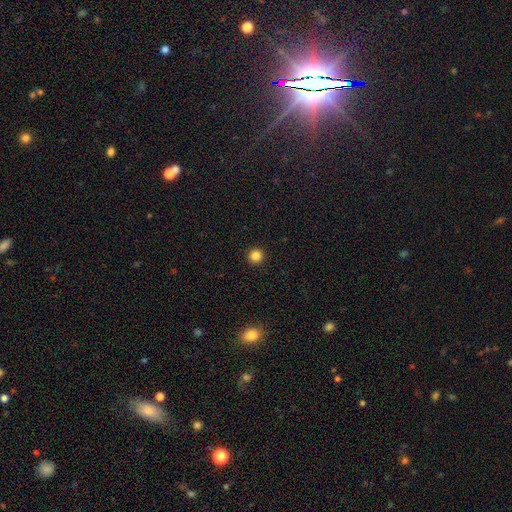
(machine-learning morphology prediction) A smooth galaxy with no disk features (85%) that is round (95%).

Vote fractions:
- Smooth or featured? smooth: 85% / star or artifact: 12% / featured or disk: 4%
- How rounded? round: 95% / in between: 4% / cigar-shaped: 1%
- Merging? none: 94% / minor disturbance: 4% / major disturbance: 1% / merger: 1%